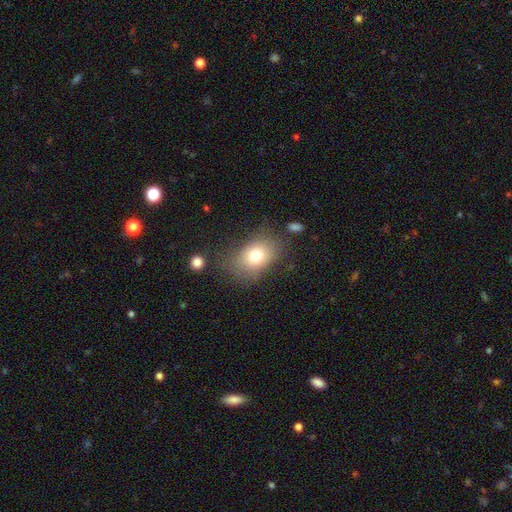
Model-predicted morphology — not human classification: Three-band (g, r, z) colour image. It shows a smooth galaxy with no disk features (74%) that is in between round and cigar-shaped (69%). Merging: none (68%).